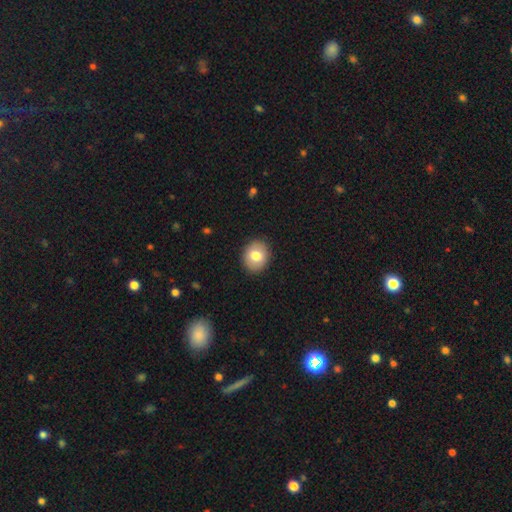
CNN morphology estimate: smooth 79%, featured or disk 13%, star or artifact 8%. Down the decision tree: how rounded — round (59%); merging — none (90%).